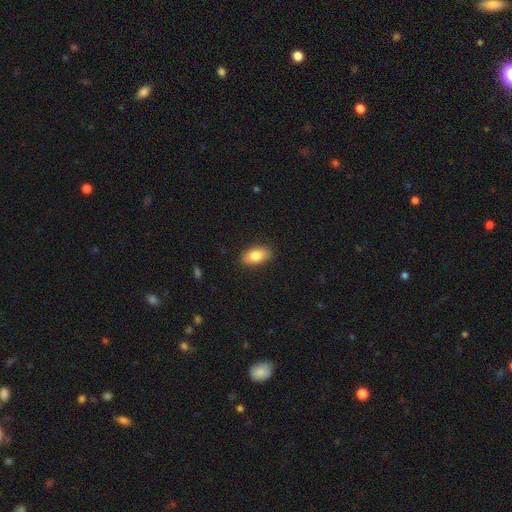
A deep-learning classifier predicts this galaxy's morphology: This appears to be a smooth galaxy with no disk features (83%) that is in between round and cigar-shaped (90%). Merging: none (87%).